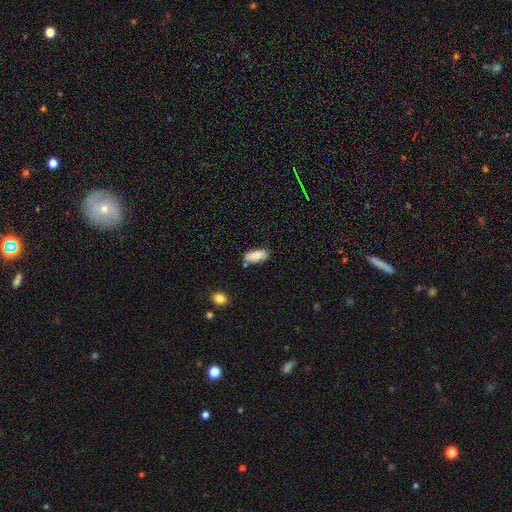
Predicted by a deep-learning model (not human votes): A smooth galaxy with no disk features (86%) that is in between round and cigar-shaped (87%).

Vote fractions:
- Smooth or featured? smooth: 86% / featured or disk: 7% / star or artifact: 7%
- How rounded? in between: 87% / cigar-shaped: 11% / round: 2%
- Merging? none: 77% / minor disturbance: 15% / merger: 5% / major disturbance: 3%